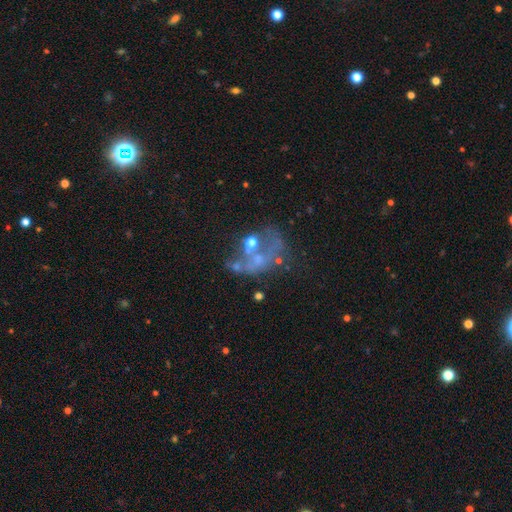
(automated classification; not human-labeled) Q: Smooth or featured?
A: featured or disk (56%); runner-up: smooth (24%)
Q: Edge-on disk?
A: no (97%); runner-up: yes (3%)
Q: Bar?
A: no (88%); runner-up: weak (9%)
Q: Spiral arms?
A: no (87%); runner-up: yes (13%)
Q: Bulge size?
A: none (41%); runner-up: moderate (28%)
Q: Merging?
A: major disturbance (29%); tied with: merger (29%)